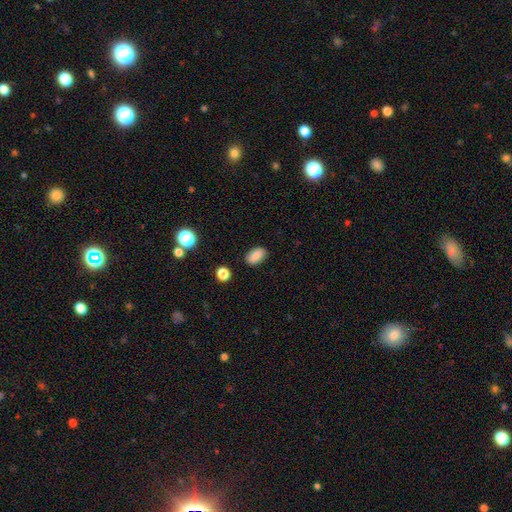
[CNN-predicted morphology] This is clearly a smooth galaxy (84%). How rounded: clearly in between (89%). Merging: clearly none (86%).